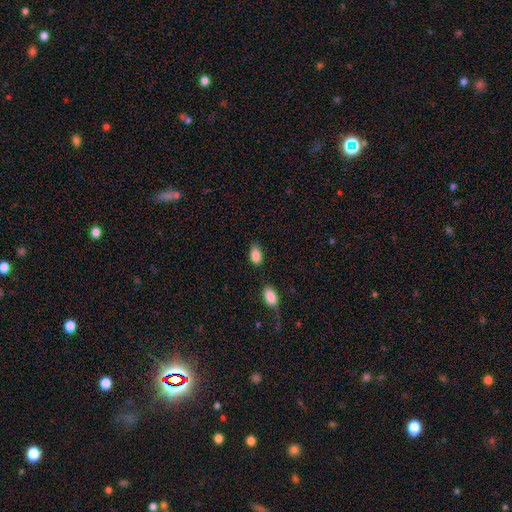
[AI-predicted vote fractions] Smooth or featured? smooth (87%)
How rounded? in between (91%)
Merging? none (73%)